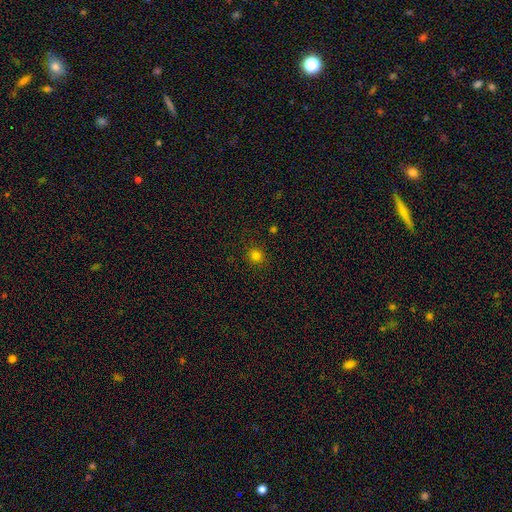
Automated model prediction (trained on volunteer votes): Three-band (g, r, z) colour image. It shows a smooth galaxy with no disk features (79%) that is round (89%). Merging: none (89%).